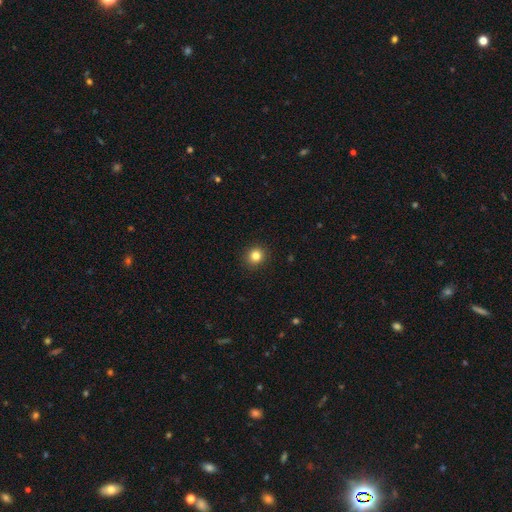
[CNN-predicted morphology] smooth-or-featured: smooth: 83% | star or artifact: 12% | featured or disk: 5%
  how-rounded: round: 89% | in between: 10% | cigar-shaped: 1%
  merging: none: 92% | minor disturbance: 5% | major disturbance: 2% | merger: 1%